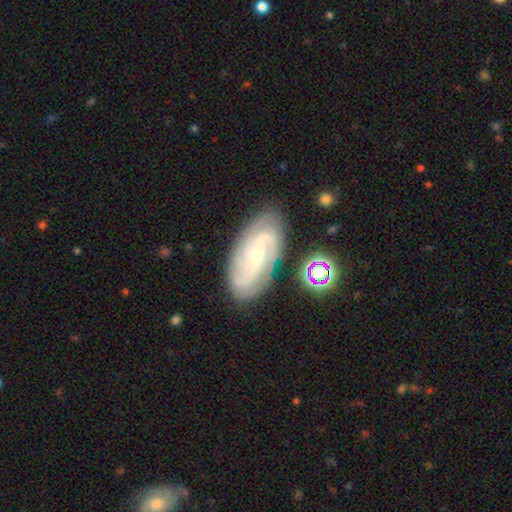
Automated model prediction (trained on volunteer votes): Smooth or featured? featured or disk (83%)
Edge-on disk? no (95%)
Bar? no (56%)
Spiral arms? yes (97%)
Spiral winding? tight (51%)
Spiral arm count? 2 (36%)
Bulge size? small (76%)
Merging? none (78%)